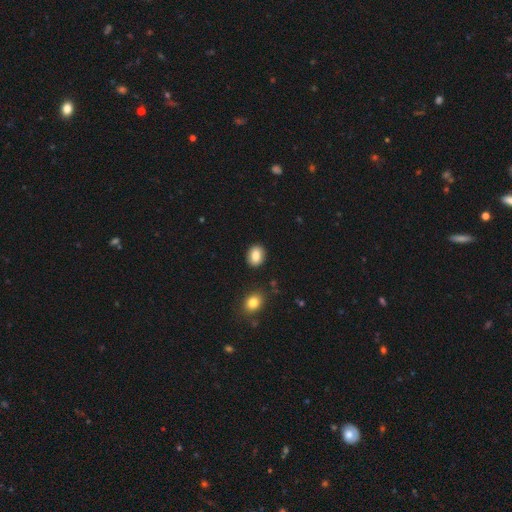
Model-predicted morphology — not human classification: Overall: smooth (85%). How rounded: in between (58%; round 40%). Merging: none (89%).